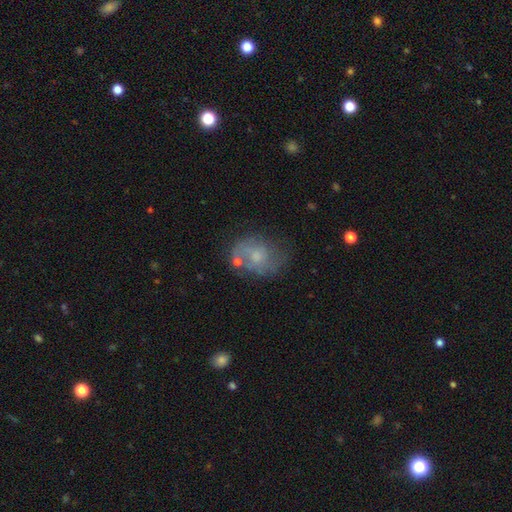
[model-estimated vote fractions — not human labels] The model was most divided on "smooth or featured": smooth: 46%, featured or disk: 43%, star or artifact: 11%. Remaining: merging — none (49%).